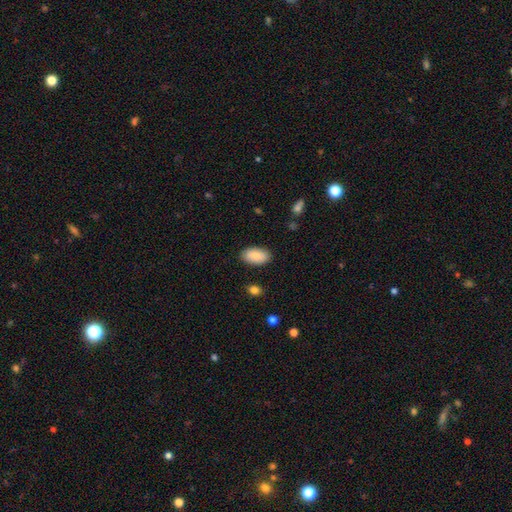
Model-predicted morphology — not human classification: Smooth or featured? Predicted: smooth (p=0.87). How rounded? Predicted: in between (p=0.95). Merging? Predicted: none (p=0.87).